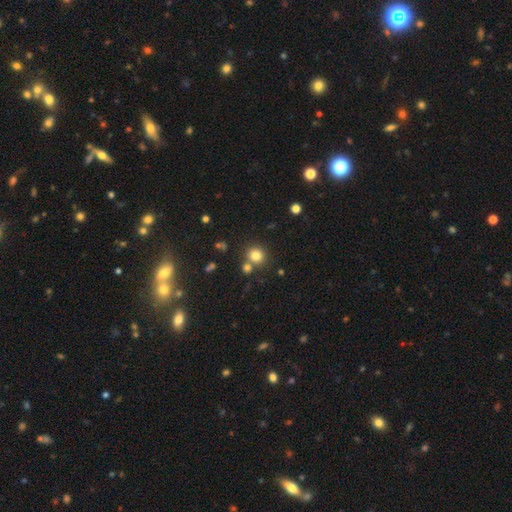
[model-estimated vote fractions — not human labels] The model was most divided on "merging": none: 71%, merger: 18%, minor disturbance: 8%, major disturbance: 3%. More confident: how rounded — round (86%); smooth or featured — smooth (80%).